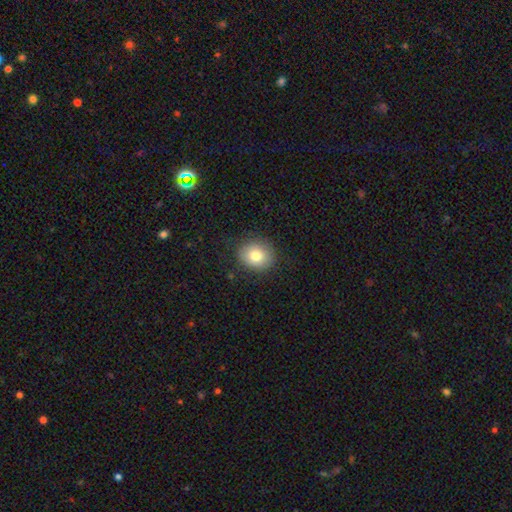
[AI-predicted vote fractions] Smooth or featured: smooth — 80% (featured or disk — 11%)
How rounded: round — 72% (in between — 27%)
Merging: none — 85% (minor disturbance — 10%)